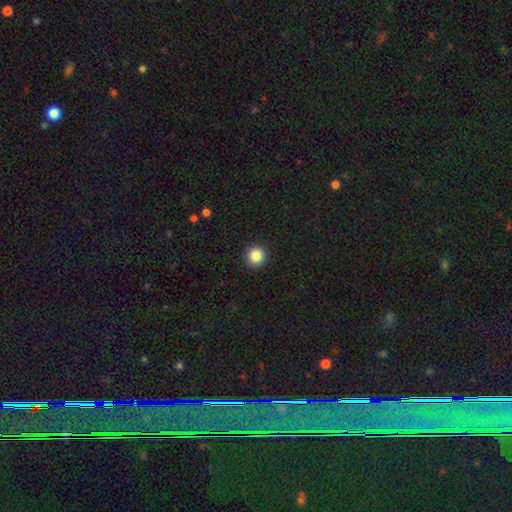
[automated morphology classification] This appears to be a smooth galaxy with no disk features (86%) that is round (94%). Merging: none (93%).